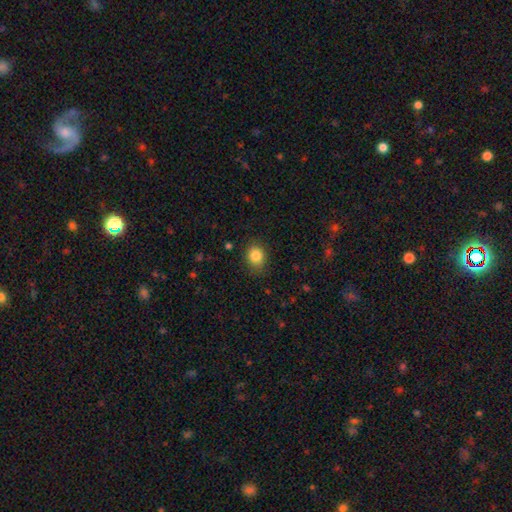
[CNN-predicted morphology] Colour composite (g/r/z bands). It shows a smooth galaxy with no disk features (85%) that is round (61%). Merging: none (83%).